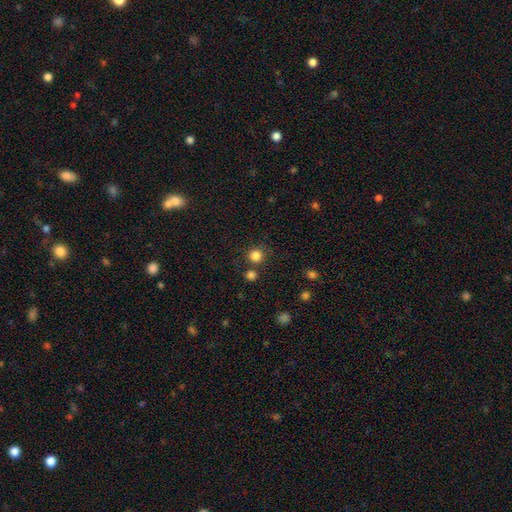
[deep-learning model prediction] Morphology: type=smooth (83%); roundness=round (94%); merging=none (80%).